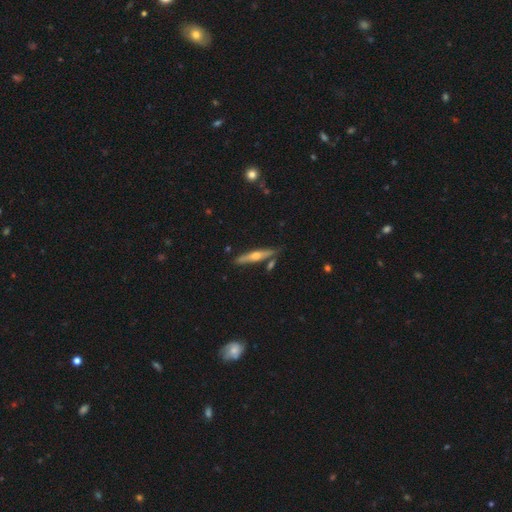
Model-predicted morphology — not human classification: Smooth or featured: featured or disk — 65% (smooth — 29%)
Edge-on disk: yes — 95% (no — 5%)
Edge-on bulge: rounded — 90% (none — 6%)
Merging: none — 81% (minor disturbance — 11%)